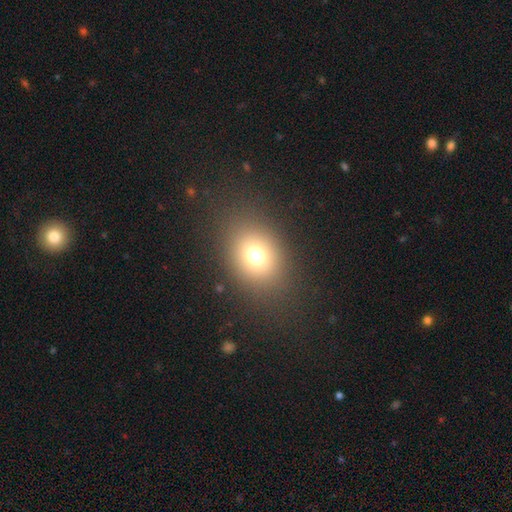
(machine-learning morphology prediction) The model was most divided on "how rounded": in between: 50%, round: 49%, cigar-shaped: 1%. More confident: merging — none (83%); smooth or featured — smooth (71%).